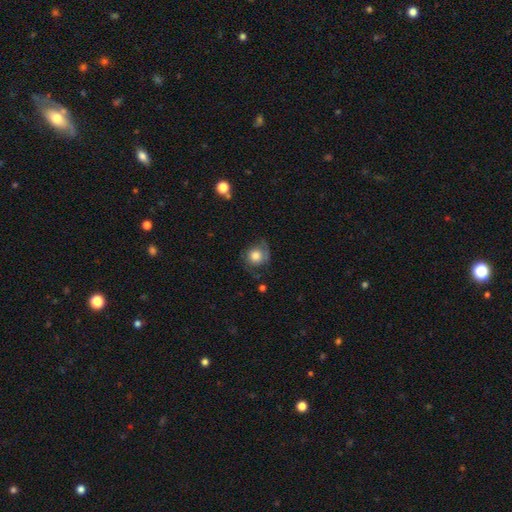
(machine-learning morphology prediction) Overall: smooth (53%; featured or disk 38%). How rounded: round (85%). Merging: none (60%; minor disturbance 23%).